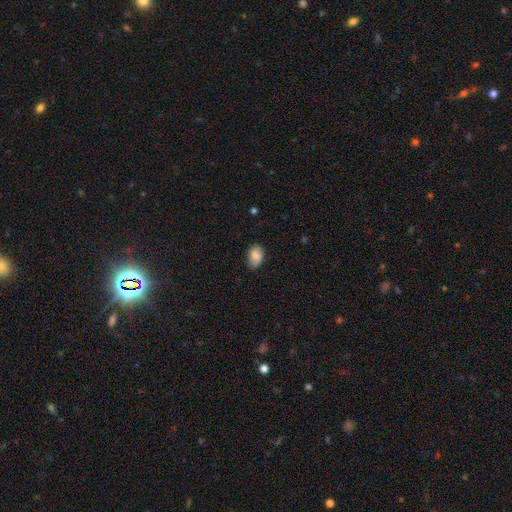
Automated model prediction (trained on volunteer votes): smooth 84%, featured or disk 9%, star or artifact 8%. Down the decision tree: how rounded — in between (88%); merging — none (73%).